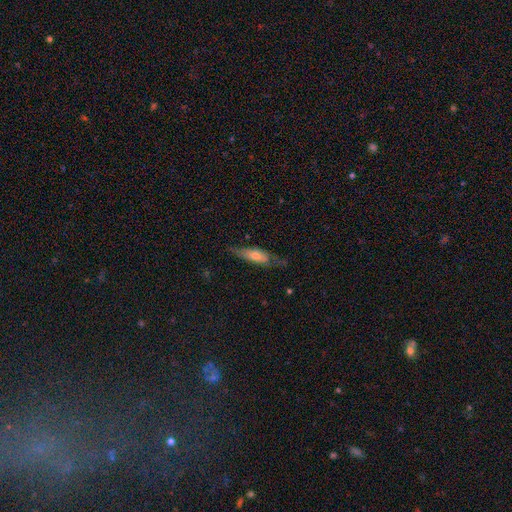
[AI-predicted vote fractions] Morphology: type=smooth (47%); merging=none (61%).